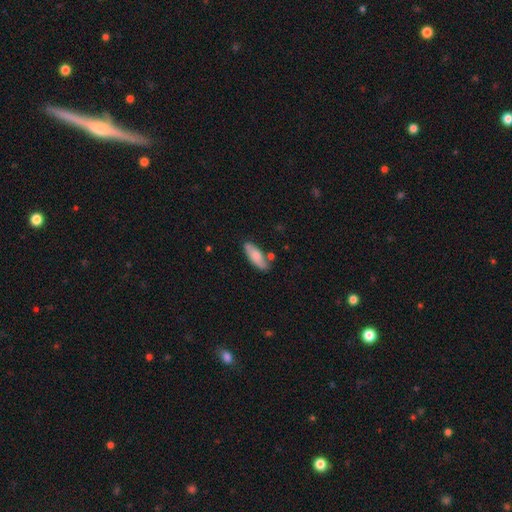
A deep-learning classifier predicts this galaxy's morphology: Q: Smooth or featured?
A: smooth (77%); runner-up: featured or disk (18%)
Q: How rounded?
A: in between (65%); runner-up: cigar-shaped (33%)
Q: Merging?
A: none (74%); runner-up: minor disturbance (16%)